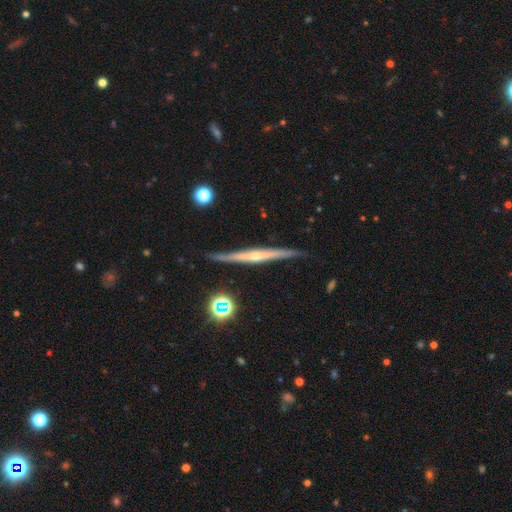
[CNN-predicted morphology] featured or disk 83%, smooth 12%, star or artifact 6%. Down the decision tree: edge-on disk — yes (98%); edge-on bulge — rounded (77%); merging — none (90%).